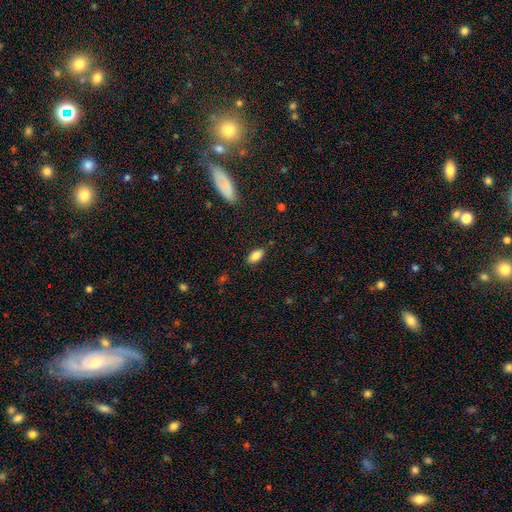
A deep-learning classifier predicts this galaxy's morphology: smooth 85%, star or artifact 8%, featured or disk 7%. Down the decision tree: how rounded — in between (91%); merging — none (85%).